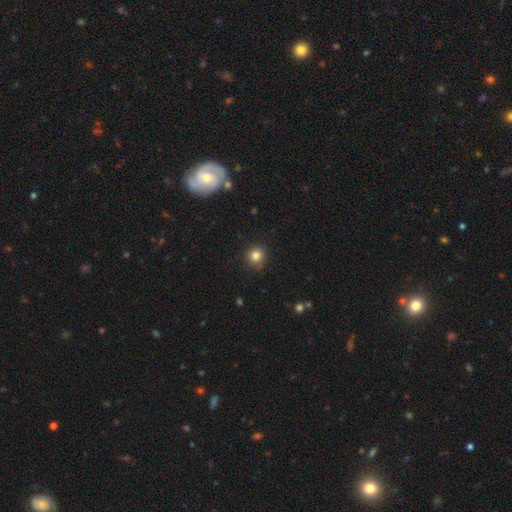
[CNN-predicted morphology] Smooth or featured? Predicted: smooth (p=0.83). How rounded? Predicted: round (p=0.90). Merging? Predicted: none (p=0.86).